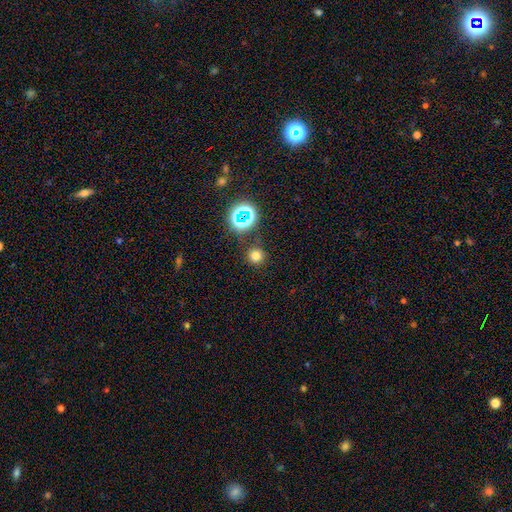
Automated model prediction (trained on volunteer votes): Morphology: type=smooth (71%); roundness=round (95%); merging=none (86%).